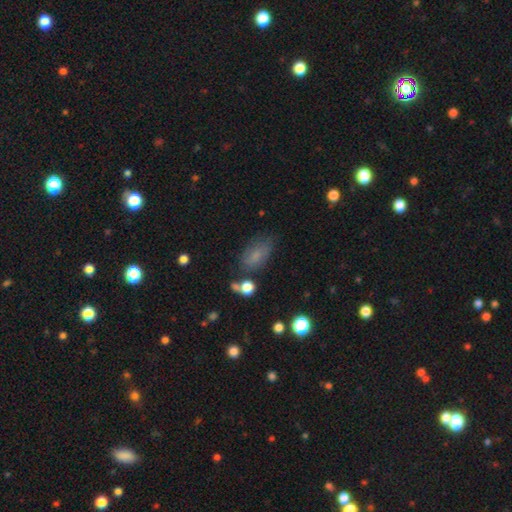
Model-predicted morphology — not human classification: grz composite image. It shows a smooth galaxy with no disk features (68%) that is in between round and cigar-shaped (87%). Merging: none (65%).